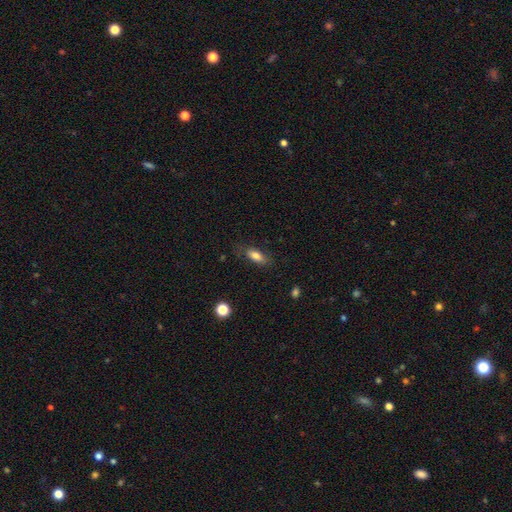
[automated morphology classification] Q: Smooth or featured?
A: smooth (78%); runner-up: featured or disk (14%)
Q: How rounded?
A: in between (75%); runner-up: cigar-shaped (22%)
Q: Merging?
A: none (75%); runner-up: minor disturbance (17%)